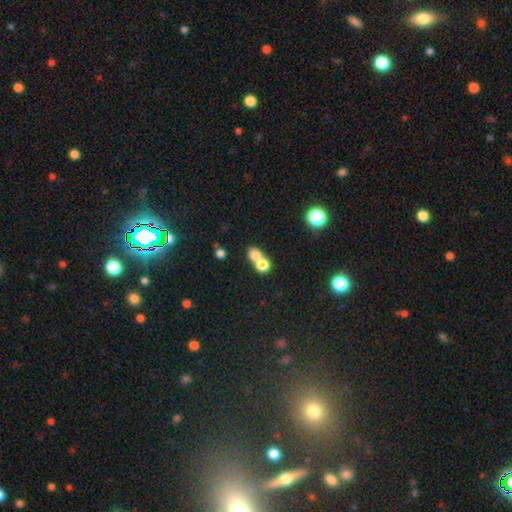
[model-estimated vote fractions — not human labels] This is likely a smooth galaxy (76%). How rounded: likely round (64%). Merging: possibly merger (55%).